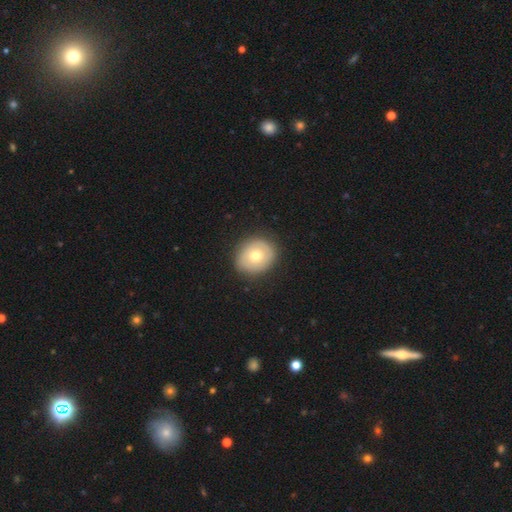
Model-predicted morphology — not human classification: The model was most divided on "smooth or featured": smooth: 66%, featured or disk: 27%, star or artifact: 7%. More confident: merging — none (87%); how rounded — round (71%).